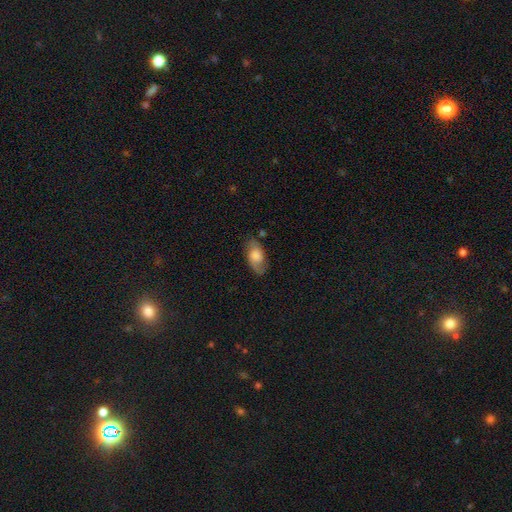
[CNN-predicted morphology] Overall: smooth (51%; featured or disk 42%). How rounded: in between (89%). Merging: none (71%).